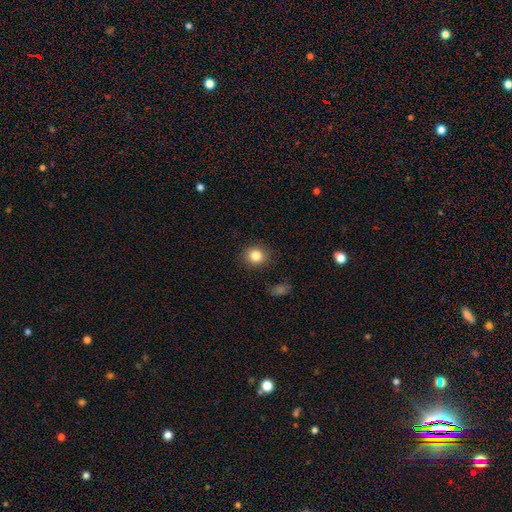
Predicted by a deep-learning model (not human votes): This appears to be a smooth galaxy with no disk features (84%) that is round (78%). Merging: none (88%).